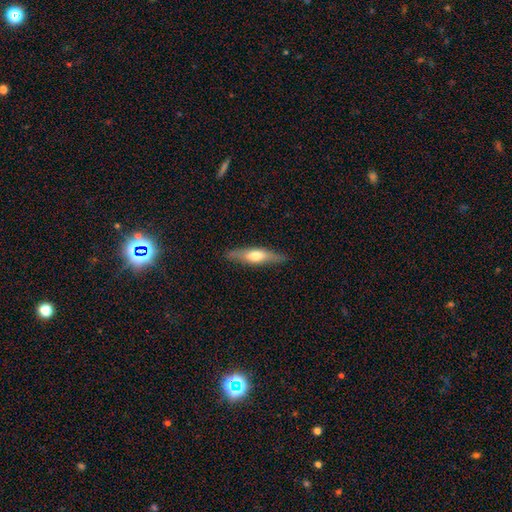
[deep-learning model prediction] Q: Smooth or featured?
A: featured or disk (48%); runner-up: smooth (47%)
Q: Merging?
A: none (86%); runner-up: minor disturbance (11%)